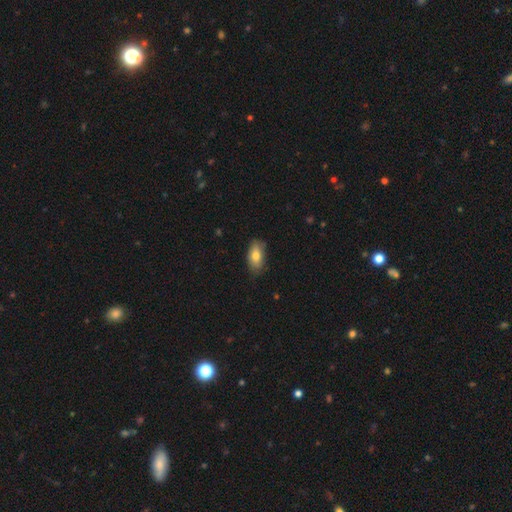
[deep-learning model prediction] Smooth or featured? smooth (77%)
How rounded? in between (91%)
Merging? none (77%)